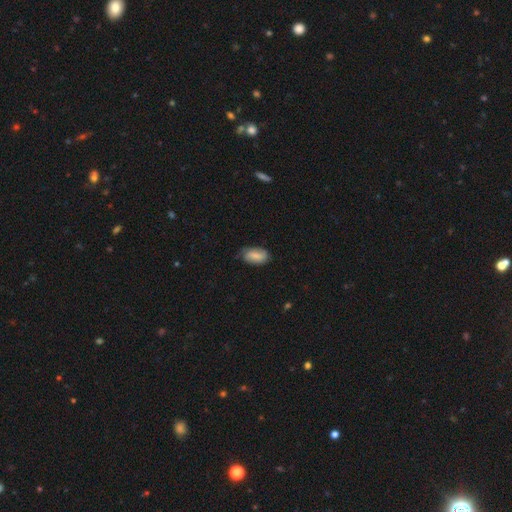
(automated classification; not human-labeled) Smooth or featured: smooth — 64% (featured or disk — 29%)
How rounded: in between — 92% (round — 4%)
Merging: none — 67% (minor disturbance — 26%)